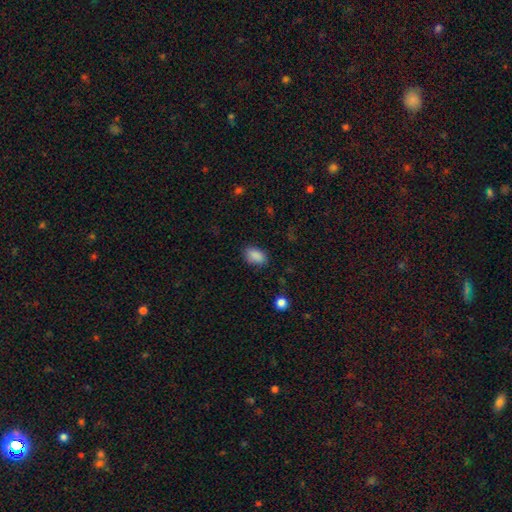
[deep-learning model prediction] This appears to be a smooth galaxy with no disk features (88%) that is in between round and cigar-shaped (88%). Merging: none (81%).